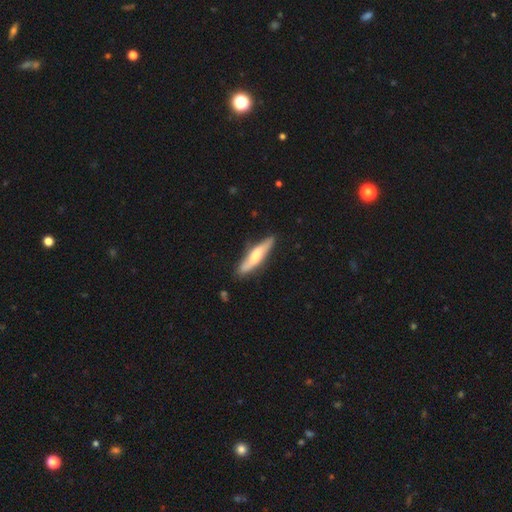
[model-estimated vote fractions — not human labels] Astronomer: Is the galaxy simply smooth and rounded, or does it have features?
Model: smooth — 50% (runner-up: featured or disk, 45%).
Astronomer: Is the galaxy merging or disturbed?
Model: none — 80%.